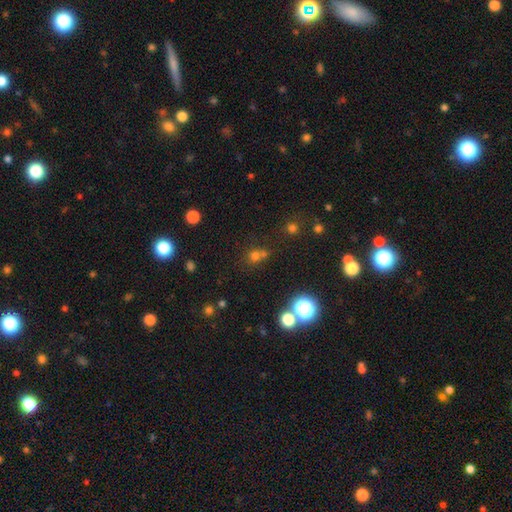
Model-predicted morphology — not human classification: smooth_or_featured: smooth (p=0.60) [alt: star or artifact p=0.31]
how_rounded: round (p=0.83) [alt: in between p=0.15]
merging: none (p=0.57) [alt: merger p=0.29]